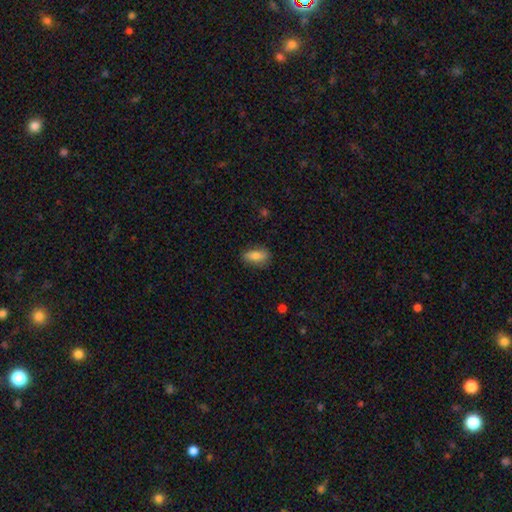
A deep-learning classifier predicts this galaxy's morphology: type=smooth (77%); roundness=in between (85%); merging=none (75%).